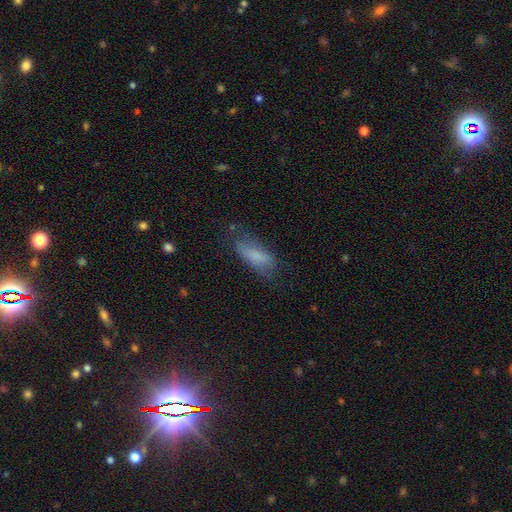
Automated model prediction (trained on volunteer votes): Smooth or featured? Predicted: smooth (p=0.74). How rounded? Predicted: in between (p=0.70). Merging? Predicted: none (p=0.57).